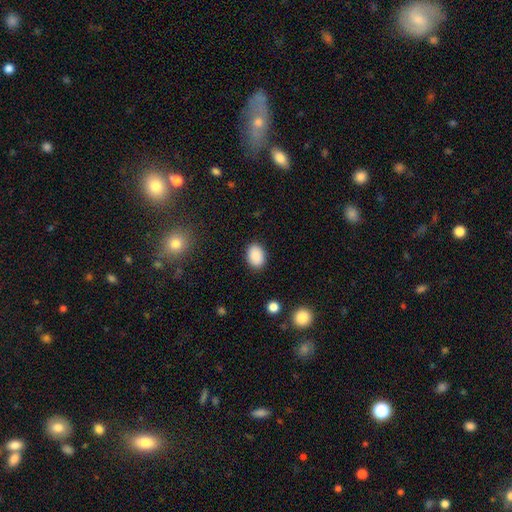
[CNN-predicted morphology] Smooth or featured: smooth — 89% (star or artifact — 8%)
How rounded: in between — 80% (round — 19%)
Merging: none — 88% (minor disturbance — 8%)